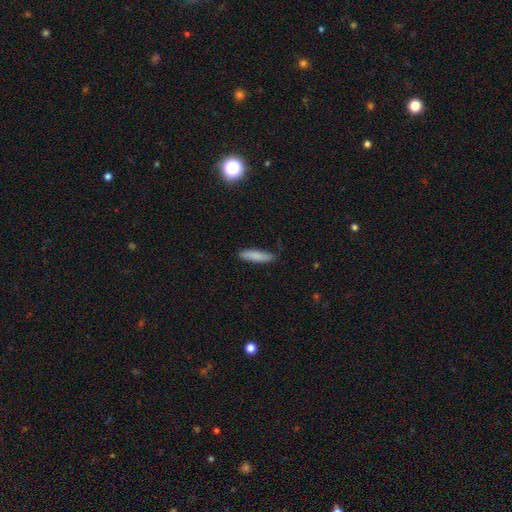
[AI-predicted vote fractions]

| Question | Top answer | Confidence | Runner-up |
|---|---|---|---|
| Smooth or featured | smooth | 84% | featured or disk (9%) |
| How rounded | cigar-shaped | 75% | in between (24%) |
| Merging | none | 83% | minor disturbance (14%) |